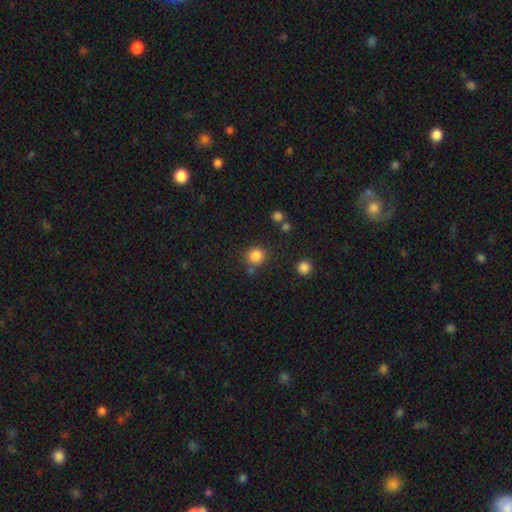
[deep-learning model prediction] smooth-or-featured: smooth: 84% | star or artifact: 12% | featured or disk: 5%
  how-rounded: round: 89% | in between: 10% | cigar-shaped: 1%
  merging: none: 72% | minor disturbance: 12% | merger: 11% | major disturbance: 5%